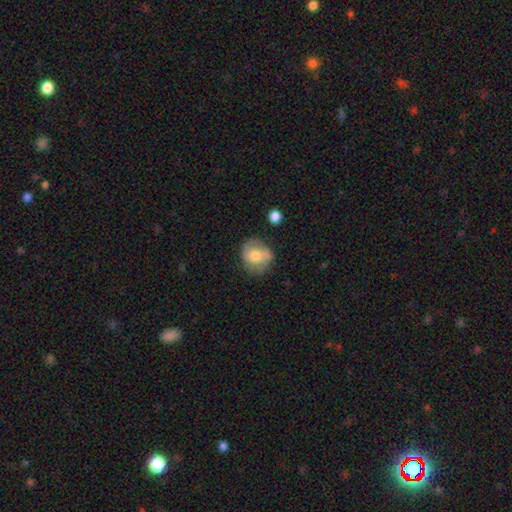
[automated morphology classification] This is likely a smooth galaxy (63%). How rounded: likely round (75%). Merging: likely none (62%).